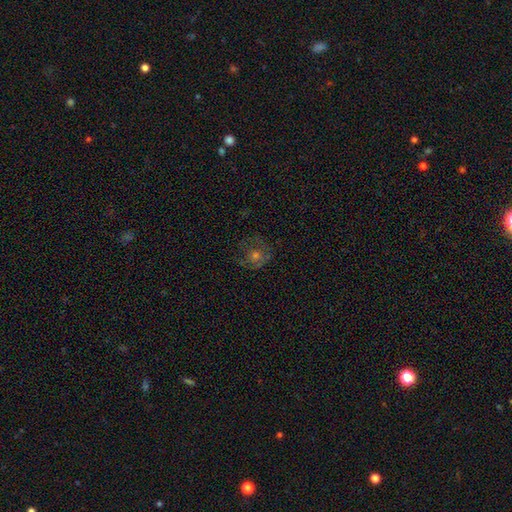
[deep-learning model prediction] Smooth or featured?
  - featured or disk: 43% *
  - smooth: 36%
  - star or artifact: 21%
Merging?
  - none: 68% *
  - minor disturbance: 17%
  - major disturbance: 13%
  - merger: 2%